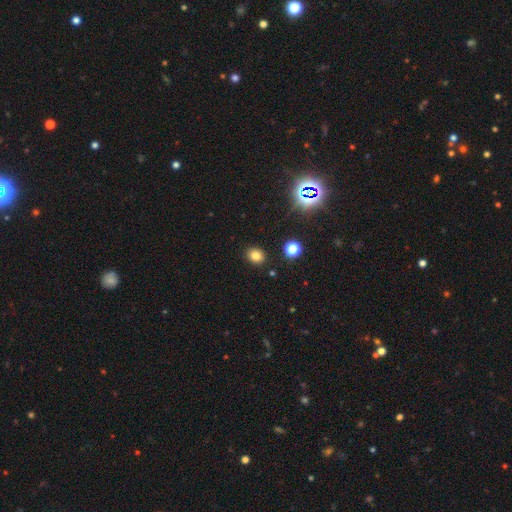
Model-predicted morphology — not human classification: smooth 76%, star or artifact 18%, featured or disk 7%. Down the decision tree: how rounded — round (62%); merging — none (89%).